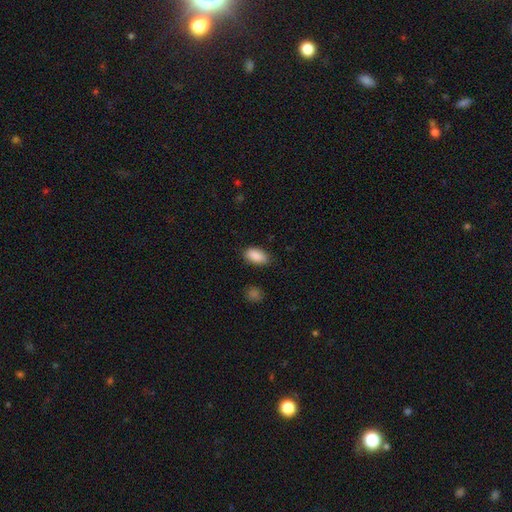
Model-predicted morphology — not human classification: Smooth or featured: smooth — 90% (star or artifact — 7%)
How rounded: in between — 93% (round — 4%)
Merging: none — 84% (minor disturbance — 12%)